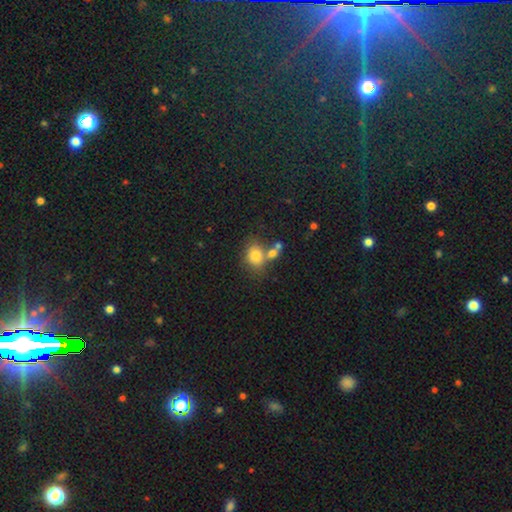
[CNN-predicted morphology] Smooth or featured: smooth — 79% (star or artifact — 11%)
How rounded: in between — 53% (round — 46%)
Merging: none — 49% (merger — 31%)